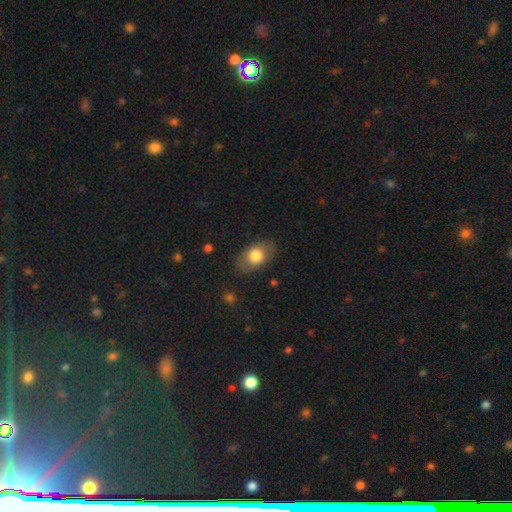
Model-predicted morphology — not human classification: type=smooth (77%); roundness=in between (81%); merging=none (80%).